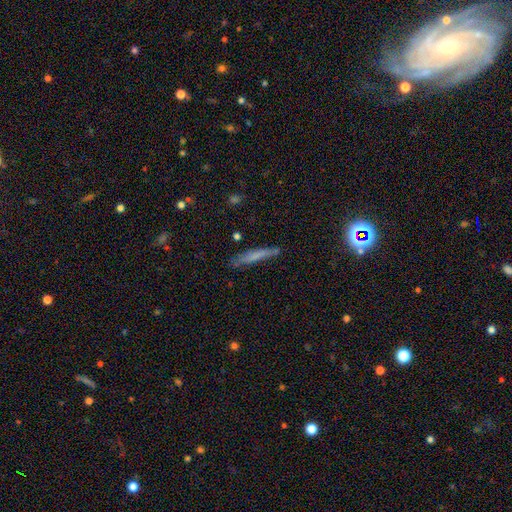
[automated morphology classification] Smooth or featured? smooth (63%)
How rounded? cigar-shaped (93%)
Merging? none (76%)